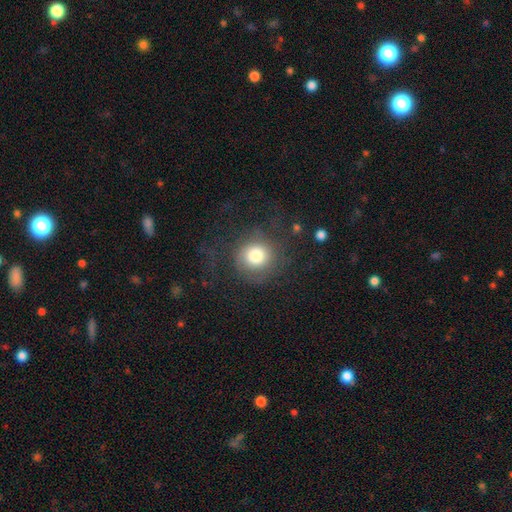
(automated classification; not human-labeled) A smooth galaxy with no disk features (74%) that is round (90%). Merging: none (62%).